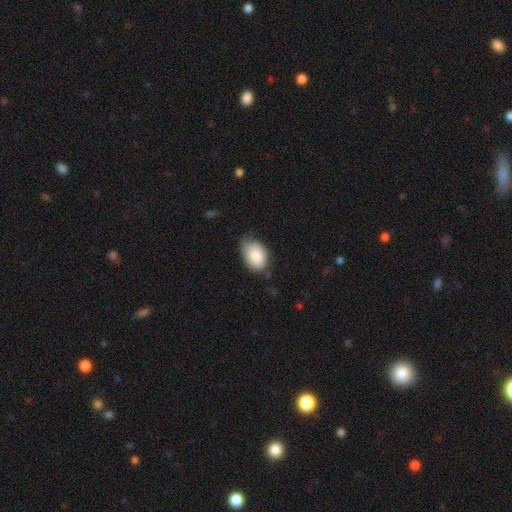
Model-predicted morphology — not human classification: Smooth or featured? smooth (86%)
How rounded? in between (84%)
Merging? none (60%)